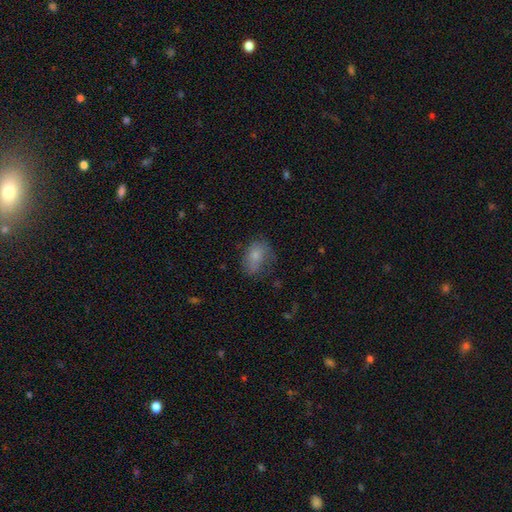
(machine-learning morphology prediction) This is likely a smooth galaxy (74%). How rounded: likely in between (78%). Merging: possibly none (52%).